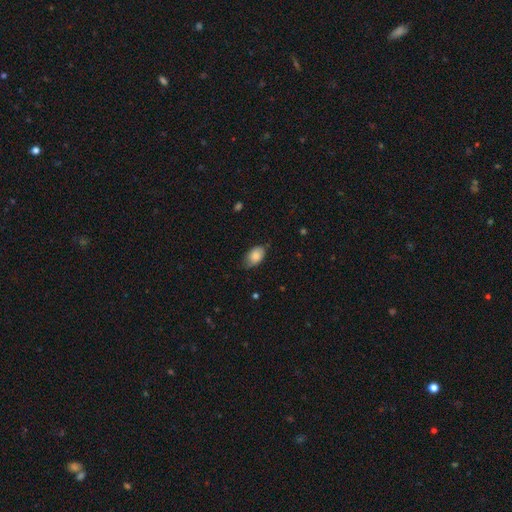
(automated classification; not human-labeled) smooth_or_featured: smooth (p=0.83) [alt: featured or disk p=0.10]
how_rounded: in between (p=0.89) [alt: round p=0.10]
merging: none (p=0.66) [alt: minor disturbance p=0.28]